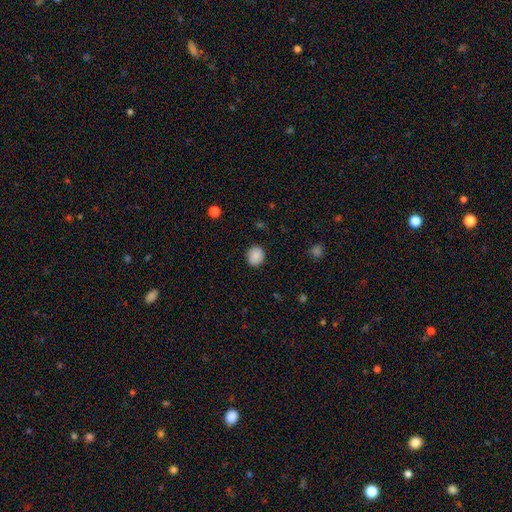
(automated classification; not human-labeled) This appears to be a smooth galaxy with no disk features (88%) that is round (76%). Merging: none (88%).